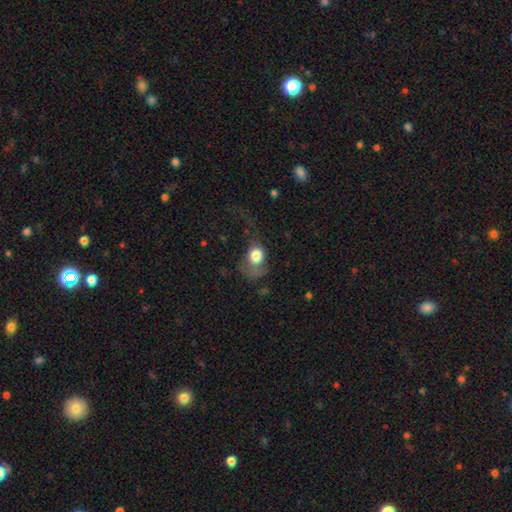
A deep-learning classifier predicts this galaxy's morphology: Smooth or featured: smooth — 73% (featured or disk — 18%)
How rounded: round — 53% (in between — 45%)
Merging: major disturbance — 50% (none — 25%)